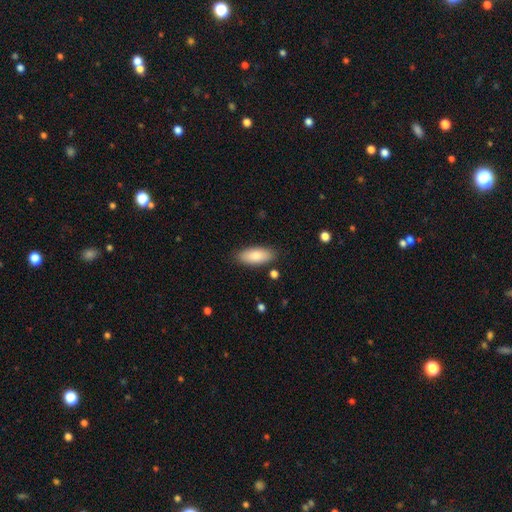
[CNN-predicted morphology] Q: Smooth or featured?
A: smooth (84%); runner-up: featured or disk (10%)
Q: How rounded?
A: in between (82%); runner-up: cigar-shaped (17%)
Q: Merging?
A: none (86%); runner-up: minor disturbance (10%)